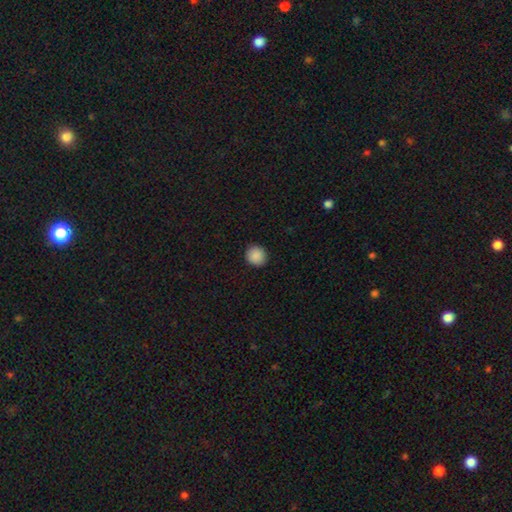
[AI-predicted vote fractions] A smooth galaxy with no disk features (89%) that is round (89%).

Vote fractions:
- Smooth or featured? smooth: 89% / star or artifact: 8% / featured or disk: 2%
- How rounded? round: 89% / in between: 10% / cigar-shaped: 1%
- Merging? none: 92% / minor disturbance: 5% / major disturbance: 2% / merger: 1%